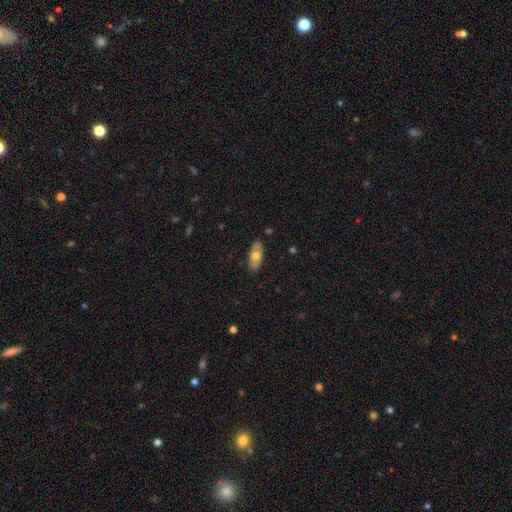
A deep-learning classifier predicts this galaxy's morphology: Smooth or featured? Predicted: smooth (p=0.62). How rounded? Predicted: in between (p=0.86). Merging? Predicted: none (p=0.87).